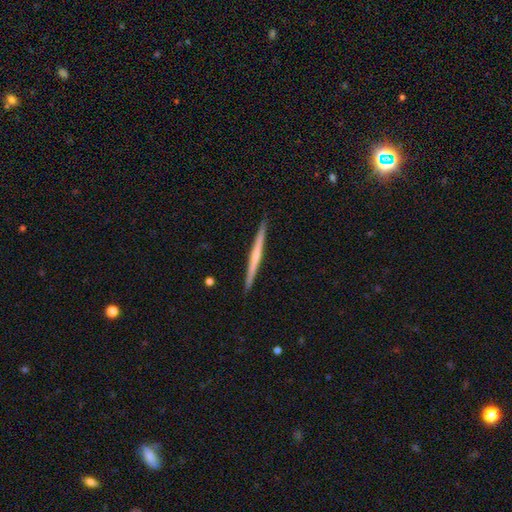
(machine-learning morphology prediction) Smooth or featured? featured or disk (59%)
Edge-on disk? yes (98%)
Edge-on bulge? none (73%)
Merging? none (93%)